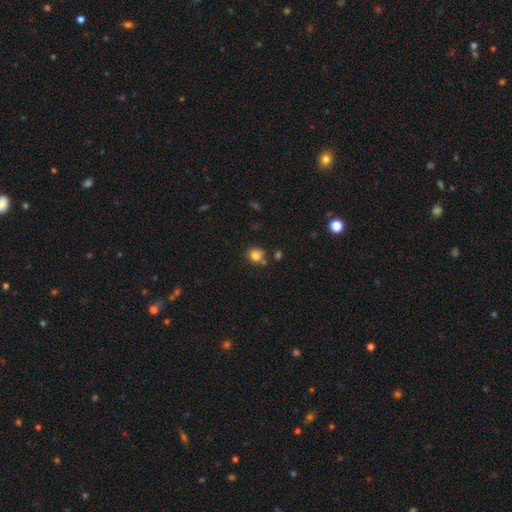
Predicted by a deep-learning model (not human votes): Smooth or featured: smooth — 82% (star or artifact — 12%)
How rounded: round — 84% (in between — 15%)
Merging: none — 69% (minor disturbance — 15%)